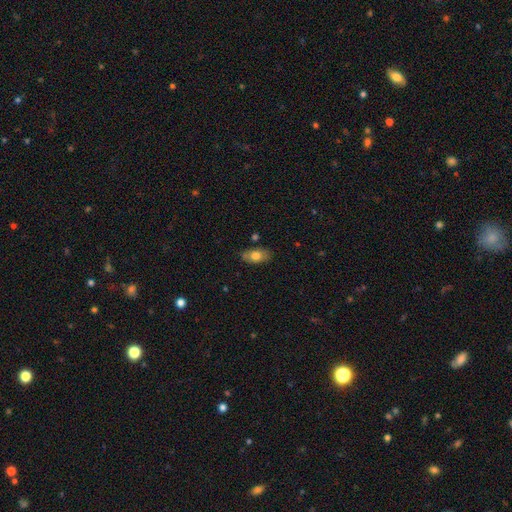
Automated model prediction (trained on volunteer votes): A smooth galaxy with no disk features (72%) that is in between round and cigar-shaped (90%).

Vote fractions:
- Smooth or featured? smooth: 72% / featured or disk: 21% / star or artifact: 7%
- How rounded? in between: 90% / round: 6% / cigar-shaped: 4%
- Merging? none: 78% / minor disturbance: 16% / major disturbance: 3% / merger: 3%